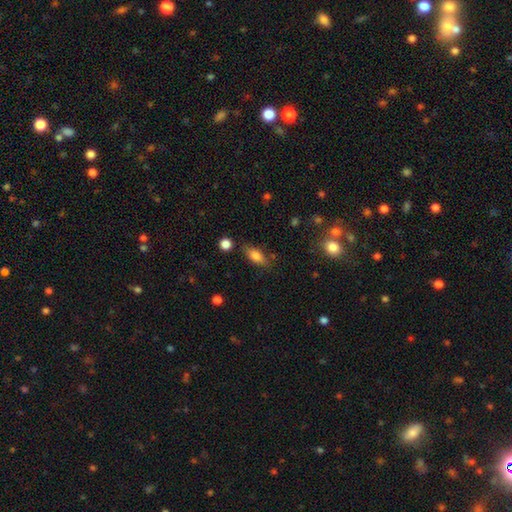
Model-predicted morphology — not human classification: smooth 80%, featured or disk 11%, star or artifact 9%. Down the decision tree: how rounded — in between (82%); merging — none (77%).